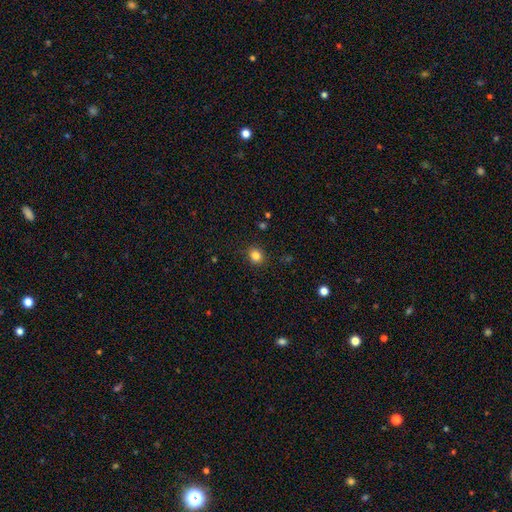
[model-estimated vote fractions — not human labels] Smooth or featured: smooth — 84% (star or artifact — 12%)
How rounded: round — 73% (in between — 26%)
Merging: none — 88% (minor disturbance — 9%)